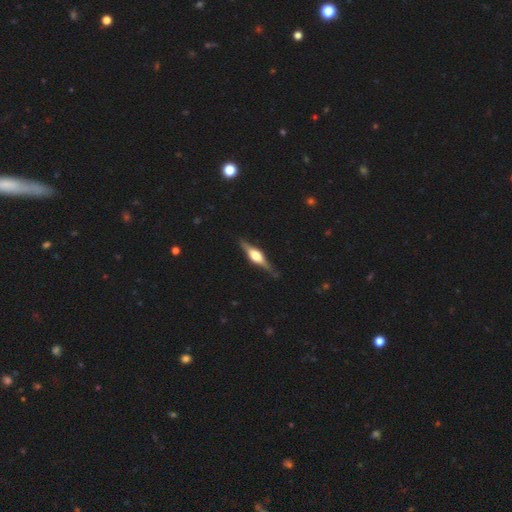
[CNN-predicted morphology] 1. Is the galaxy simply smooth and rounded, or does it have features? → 80% featured or disk, 14% smooth, 6% star or artifact.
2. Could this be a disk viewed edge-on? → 97% yes, 3% no.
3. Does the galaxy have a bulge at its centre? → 89% rounded, 10% boxy, 2% none.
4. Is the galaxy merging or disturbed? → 87% none, 10% minor disturbance, 2% major disturbance, 1% merger.